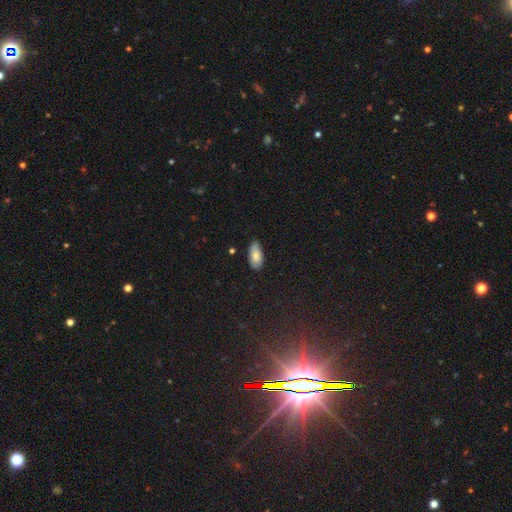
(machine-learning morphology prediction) smooth 79%, featured or disk 14%, star or artifact 7%. Down the decision tree: how rounded — in between (92%); merging — none (79%).